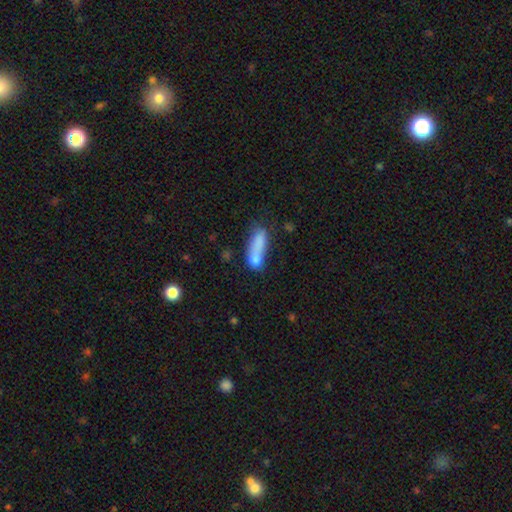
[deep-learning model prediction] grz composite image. It shows a smooth galaxy with no disk features (74%) that is in between round and cigar-shaped (58%). Merging: merger (36%).